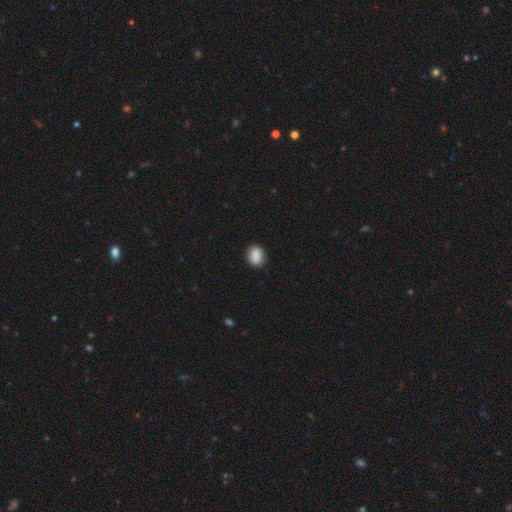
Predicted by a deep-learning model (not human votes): Smooth or featured? Predicted: smooth (p=0.86). How rounded? Predicted: in between (p=0.52). Merging? Predicted: none (p=0.84).